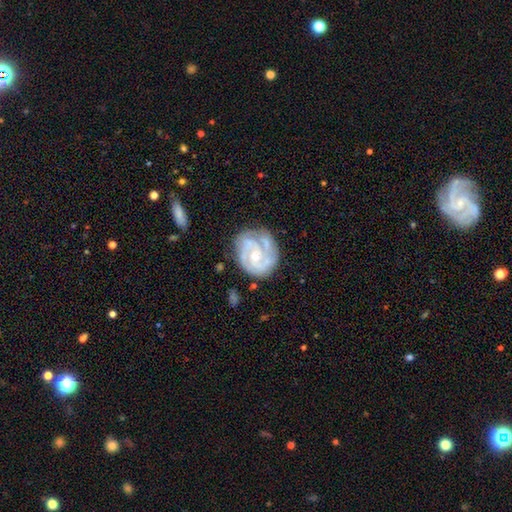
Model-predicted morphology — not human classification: Q: Smooth or featured?
A: featured or disk (88%); runner-up: smooth (8%)
Q: Edge-on disk?
A: no (98%); runner-up: yes (2%)
Q: Bar?
A: no (64%); runner-up: weak (30%)
Q: Spiral arms?
A: yes (96%); runner-up: no (4%)
Q: Spiral winding?
A: tight (60%); runner-up: medium (34%)
Q: Spiral arm count?
A: 2 (48%); runner-up: 3 (28%)
Q: Bulge size?
A: moderate (51%); runner-up: small (45%)
Q: Merging?
A: none (70%); runner-up: minor disturbance (20%)